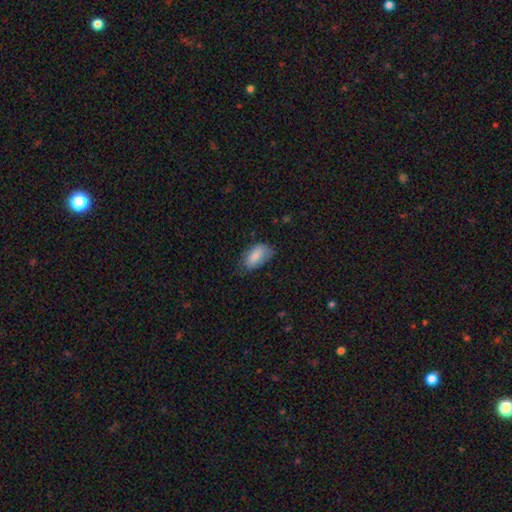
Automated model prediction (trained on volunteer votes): This appears to be a smooth galaxy with no disk features (83%) that is in between round and cigar-shaped (92%). Merging: none (64%).